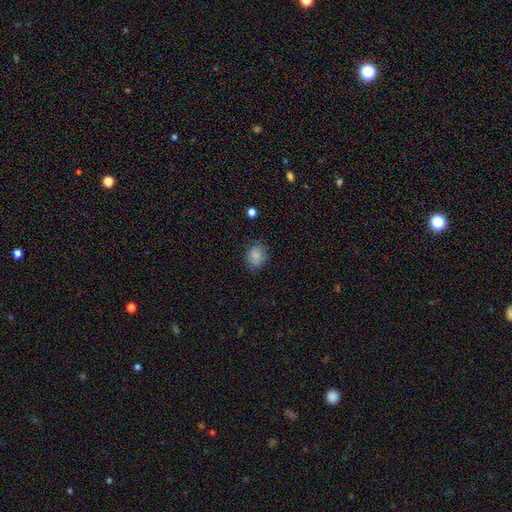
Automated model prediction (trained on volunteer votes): smooth-or-featured: smooth: 82% | star or artifact: 10% | featured or disk: 8%
  how-rounded: round: 61% | in between: 38% | cigar-shaped: 1%
  merging: none: 74% | minor disturbance: 19% | major disturbance: 6% | merger: 1%